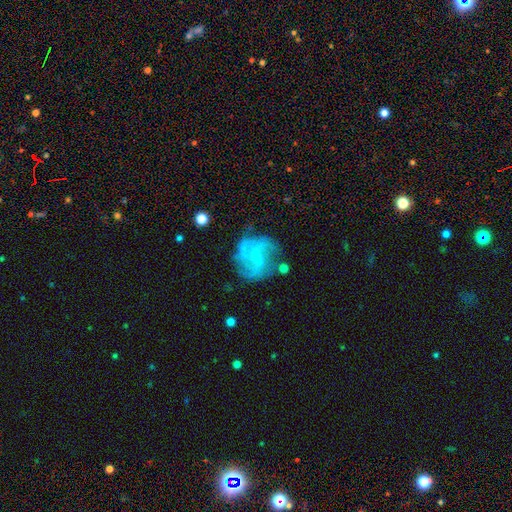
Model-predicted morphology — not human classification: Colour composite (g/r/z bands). It shows a featured or disk galaxy (72%) with no bar (67%), 3 (30%) medium (47%) spiral arms (79%) and a small central bulge (64%). Merging: none (53%).